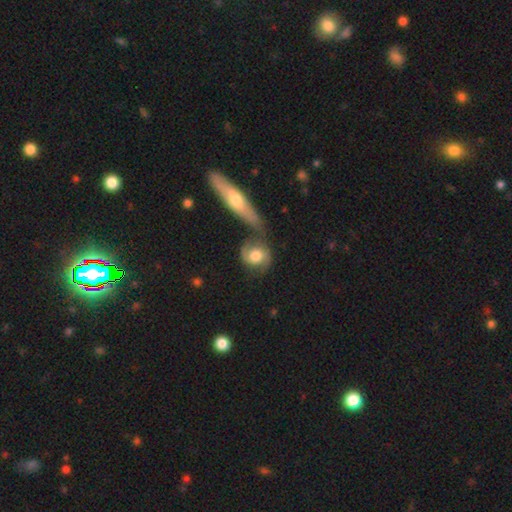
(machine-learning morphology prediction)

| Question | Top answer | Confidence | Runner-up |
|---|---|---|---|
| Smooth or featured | featured or disk | 52% | smooth (41%) |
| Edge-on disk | no | 91% | yes (9%) |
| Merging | none | 47% | merger (26%) |